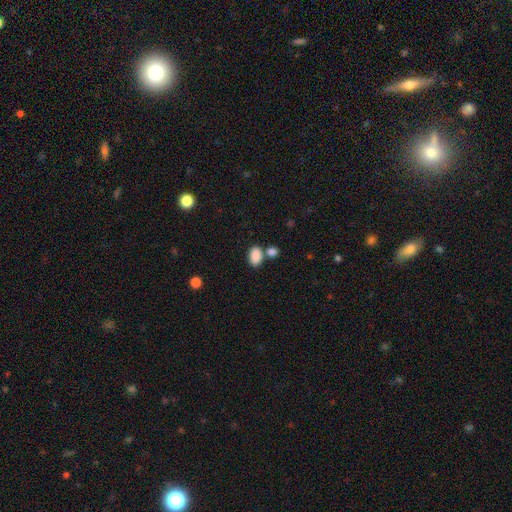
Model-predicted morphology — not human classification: Smooth or featured: smooth — 87% (star or artifact — 8%)
How rounded: in between — 88% (round — 11%)
Merging: none — 59% (merger — 26%)